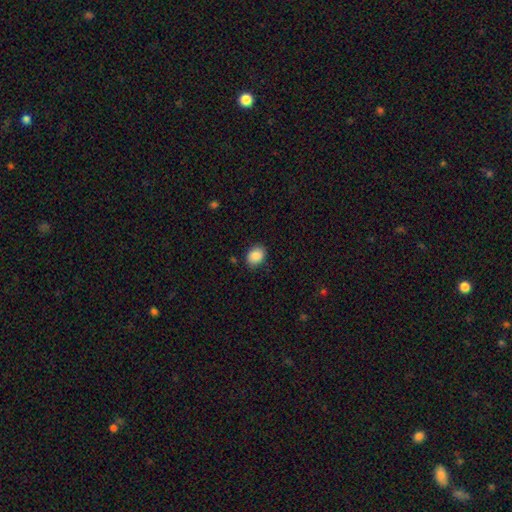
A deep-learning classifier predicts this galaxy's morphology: The model was most divided on "how rounded": in between: 56%, round: 43%, cigar-shaped: 1%. More confident: smooth or featured — smooth (87%); merging — none (84%).